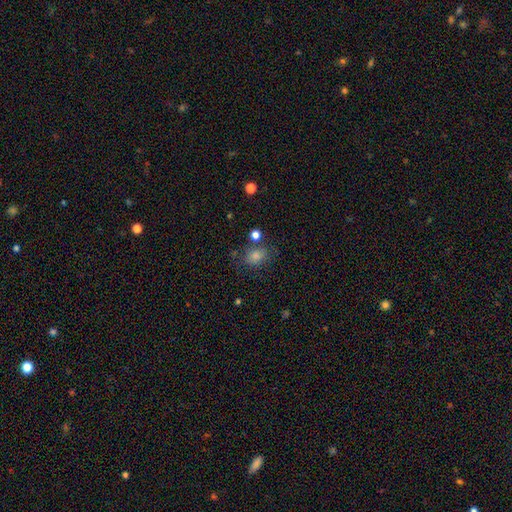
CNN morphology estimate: Smooth or featured?
  - smooth: 65% *
  - star or artifact: 22%
  - featured or disk: 13%
How rounded?
  - in between: 50% *
  - round: 48%
  - cigar-shaped: 1%
Merging?
  - none: 71% *
  - minor disturbance: 16%
  - major disturbance: 7%
  - merger: 6%